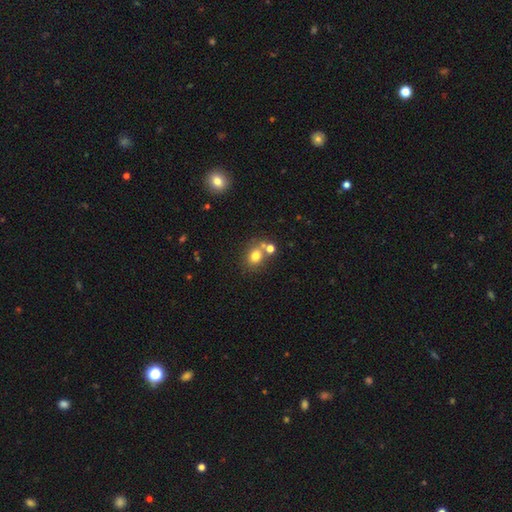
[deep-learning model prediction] A smooth galaxy with no disk features (75%) that is round (61%). Merging: none (57%).